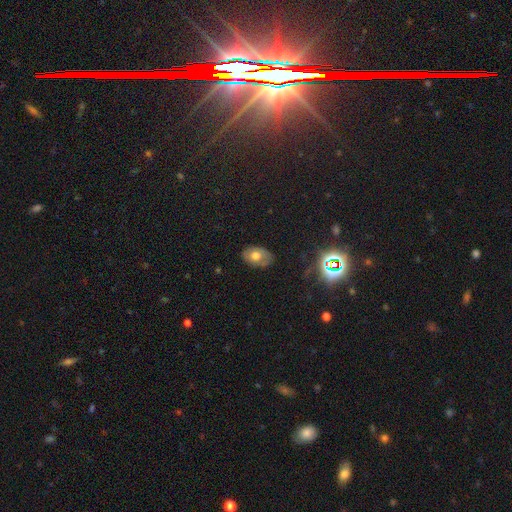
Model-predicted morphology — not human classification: Smooth or featured? smooth (61%)
How rounded? in between (83%)
Merging? none (76%)